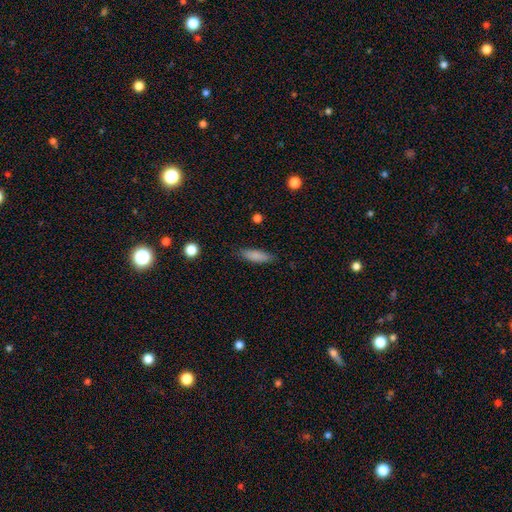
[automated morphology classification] A smooth galaxy with no disk features (84%) that is cigar-shaped (50%). Merging: none (83%).